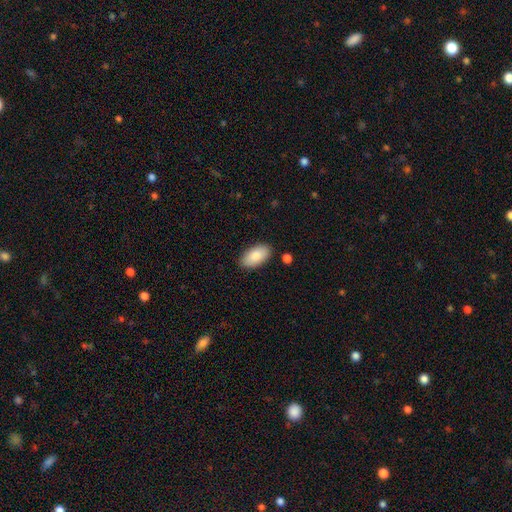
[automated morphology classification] Smooth or featured? Predicted: smooth (p=0.84). How rounded? Predicted: in between (p=0.95). Merging? Predicted: none (p=0.86).